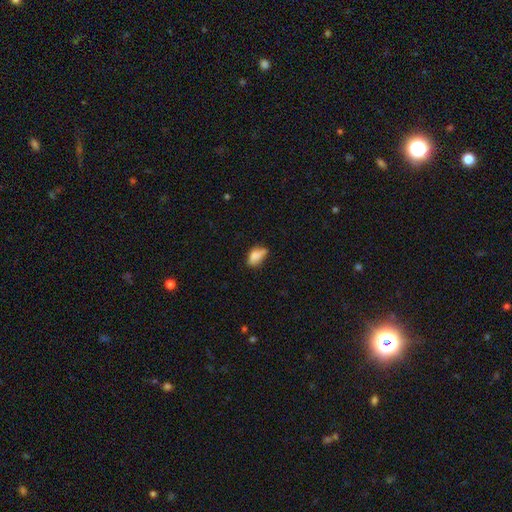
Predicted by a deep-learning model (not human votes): Overall: smooth (74%). How rounded: in between (86%). Merging: none (45%; minor disturbance 36%).